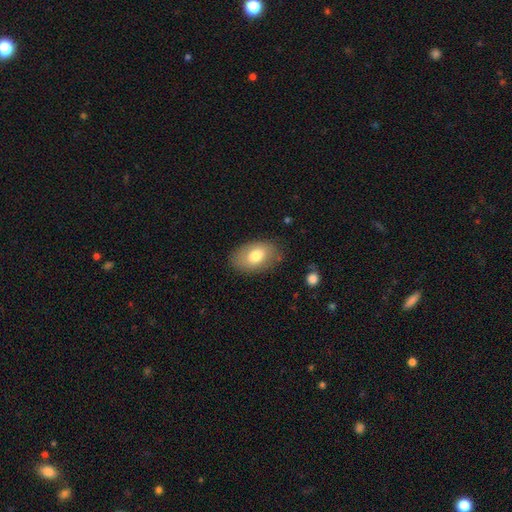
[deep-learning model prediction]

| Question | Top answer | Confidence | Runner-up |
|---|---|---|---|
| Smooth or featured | smooth | 75% | featured or disk (18%) |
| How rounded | in between | 90% | round (8%) |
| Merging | none | 80% | minor disturbance (15%) |